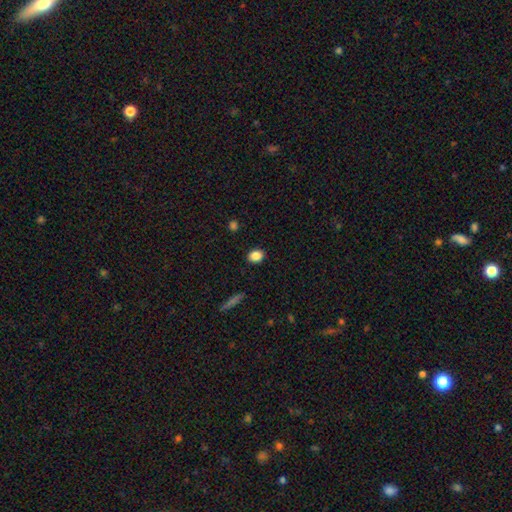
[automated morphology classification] Smooth or featured? smooth (86%)
How rounded? in between (50%)
Merging? none (89%)